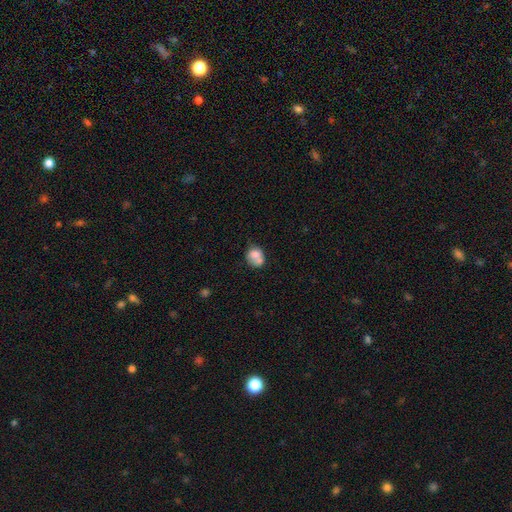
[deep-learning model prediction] Q: Smooth or featured?
A: smooth (71%); runner-up: featured or disk (19%)
Q: How rounded?
A: round (60%); runner-up: in between (39%)
Q: Merging?
A: merger (48%); runner-up: none (32%)